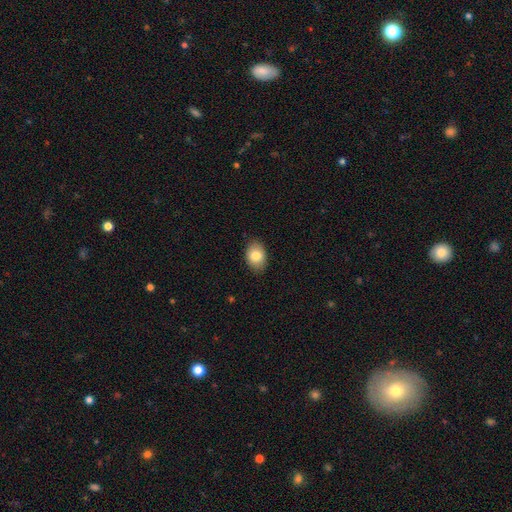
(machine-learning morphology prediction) Smooth or featured? Predicted: smooth (p=0.84). How rounded? Predicted: in between (p=0.78). Merging? Predicted: none (p=0.85).